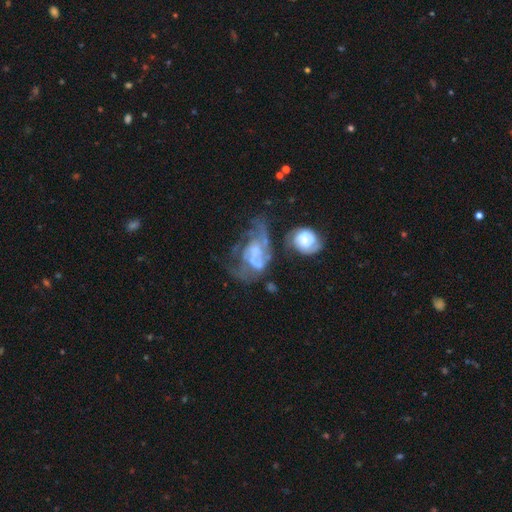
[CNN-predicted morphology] The model was most divided on "bulge size": none: 37%, small: 28%, moderate: 26%, large: 7%, dominant: 2%. Remaining: edge-on disk — no (97%); bar — no (74%); smooth or featured — featured or disk (71%); spiral arms — yes (59%); merging — major disturbance (39%).